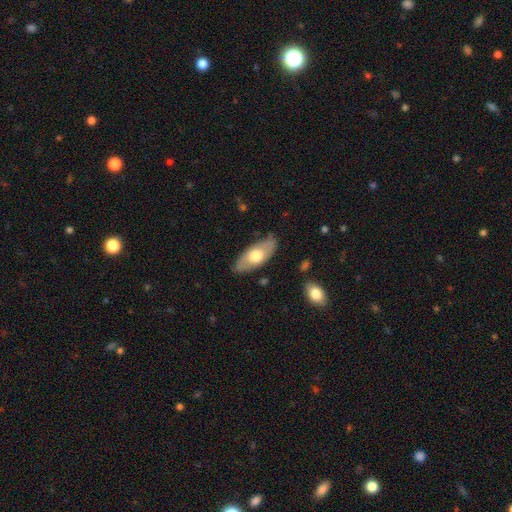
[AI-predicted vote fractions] This is possibly a smooth galaxy (57%). How rounded: clearly in between (84%). Merging: clearly none (83%).